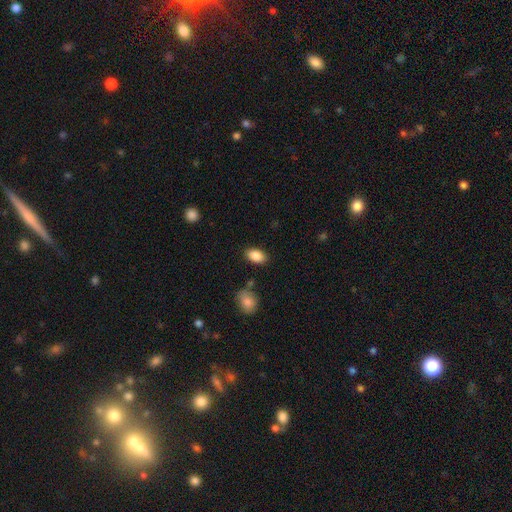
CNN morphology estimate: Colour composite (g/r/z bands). It shows a smooth galaxy with no disk features (87%) that is in between round and cigar-shaped (92%). Merging: none (85%).